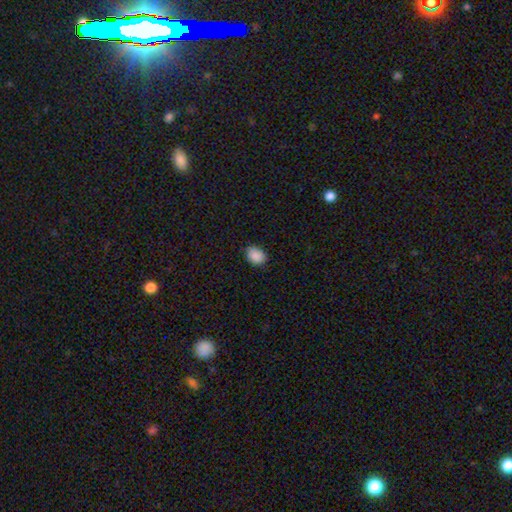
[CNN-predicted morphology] Q: Smooth or featured?
A: smooth (89%); runner-up: star or artifact (8%)
Q: How rounded?
A: in between (62%); runner-up: round (37%)
Q: Merging?
A: none (81%); runner-up: minor disturbance (16%)